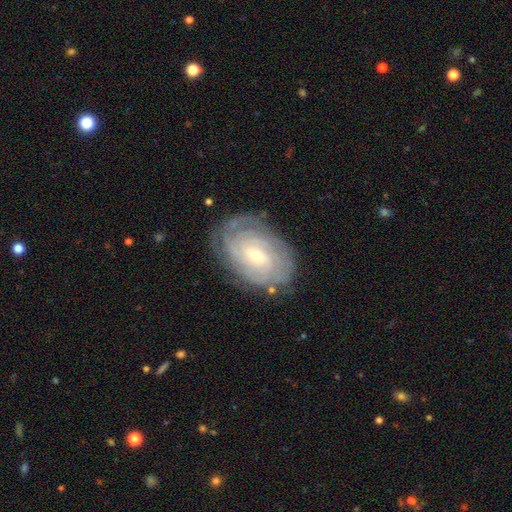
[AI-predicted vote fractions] The model was most divided on "spiral arm count": can't tell: 40%, 4: 22%, 3: 14%, 2: 11%, more than 4: 9%, 1: 5%. More confident: edge-on disk — no (96%); spiral arms — yes (96%); smooth or featured — featured or disk (86%); spiral winding — tight (81%); merging — none (78%); bulge size — small (64%); bar — weak (52%).